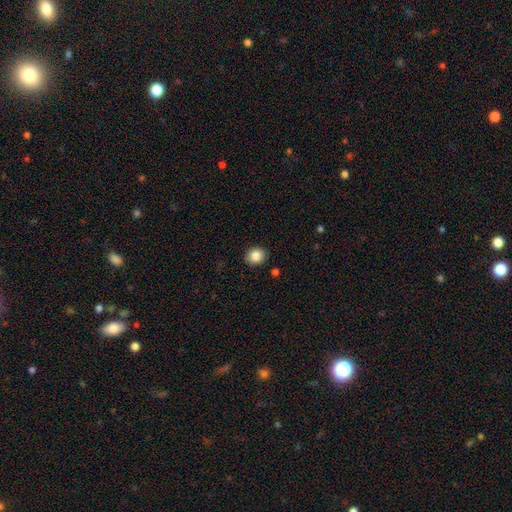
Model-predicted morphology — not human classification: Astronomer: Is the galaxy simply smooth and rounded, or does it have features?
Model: smooth — 86%.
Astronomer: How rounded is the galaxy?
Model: round — 77%.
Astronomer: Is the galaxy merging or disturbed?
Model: none — 90%.